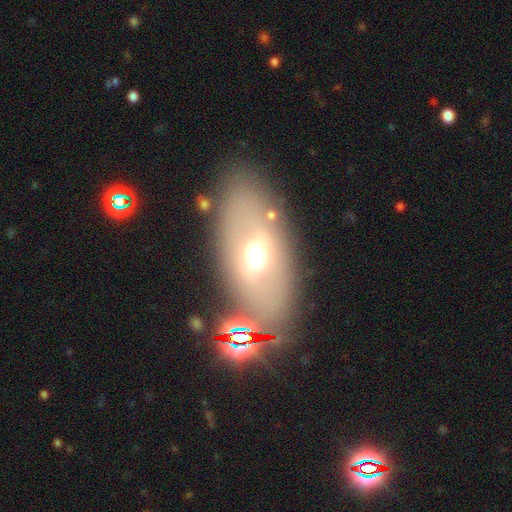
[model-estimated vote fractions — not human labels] This is possibly a smooth galaxy (52%). How rounded: clearly in between (83%). Merging: likely none (77%).